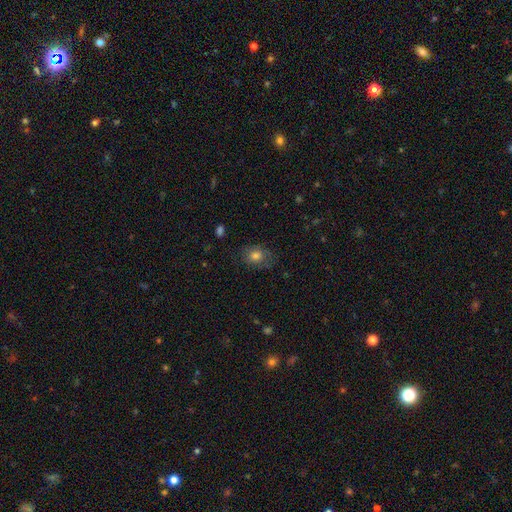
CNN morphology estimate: smooth 72%, featured or disk 18%, star or artifact 10%. Down the decision tree: how rounded — in between (54%); merging — none (66%).